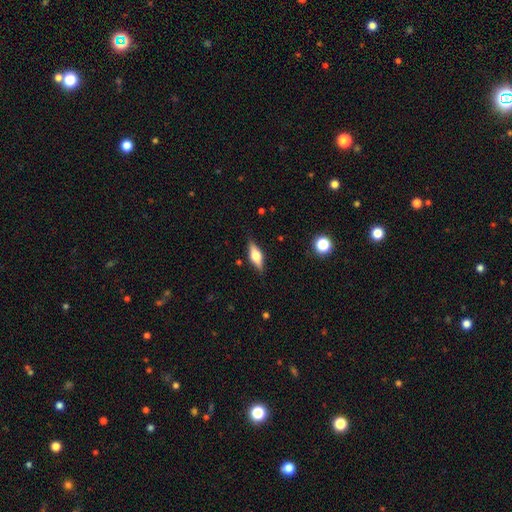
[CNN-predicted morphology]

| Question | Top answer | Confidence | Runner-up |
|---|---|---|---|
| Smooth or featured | featured or disk | 51% | smooth (41%) |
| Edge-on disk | yes | 92% | no (8%) |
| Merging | none | 85% | minor disturbance (11%) |